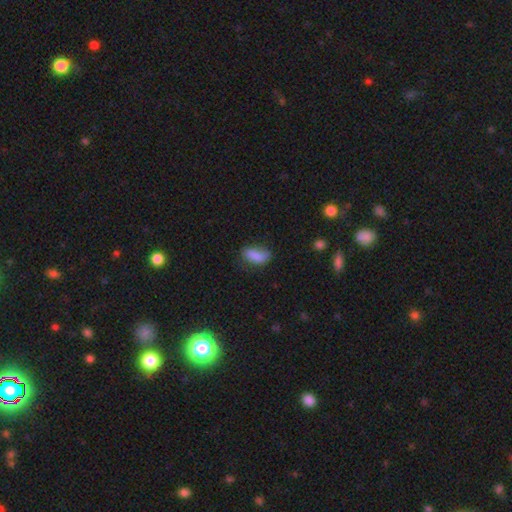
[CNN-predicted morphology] smooth 82%, featured or disk 9%, star or artifact 9%. Down the decision tree: how rounded — in between (84%); merging — none (56%).